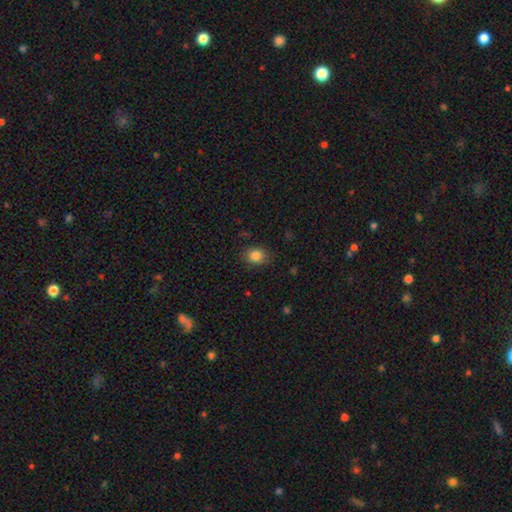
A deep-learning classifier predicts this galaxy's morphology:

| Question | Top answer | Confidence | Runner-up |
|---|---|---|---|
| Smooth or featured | smooth | 85% | star or artifact (10%) |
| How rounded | round | 54% | in between (45%) |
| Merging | none | 83% | minor disturbance (13%) |